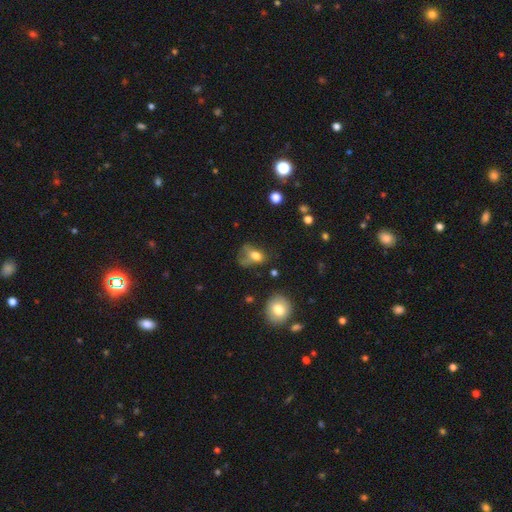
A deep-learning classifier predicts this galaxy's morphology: The model was most divided on "merging": major disturbance: 42%, none: 27%, minor disturbance: 24%, merger: 6%. More confident: how rounded — in between (70%); smooth or featured — smooth (64%).